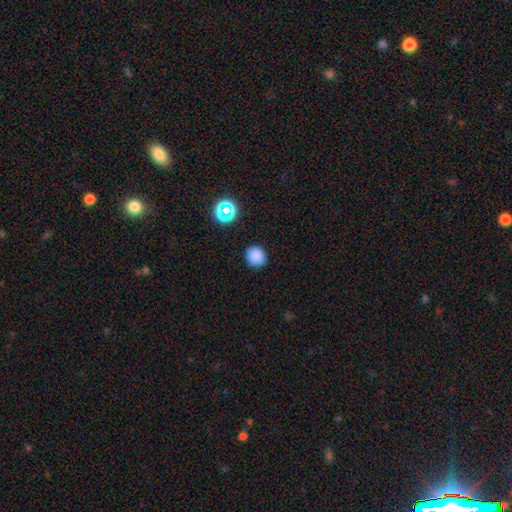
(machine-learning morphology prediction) A smooth galaxy with no disk features (82%) that is round (85%).

Vote fractions:
- Smooth or featured? smooth: 82% / star or artifact: 13% / featured or disk: 5%
- How rounded? round: 85% / in between: 14% / cigar-shaped: 1%
- Merging? none: 83% / minor disturbance: 12% / major disturbance: 3% / merger: 2%